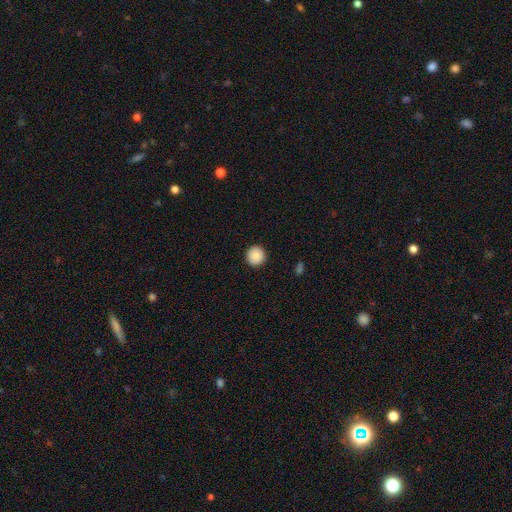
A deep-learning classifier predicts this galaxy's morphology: Smooth or featured: smooth — 89% (star or artifact — 8%)
How rounded: round — 95% (in between — 4%)
Merging: none — 93% (minor disturbance — 5%)